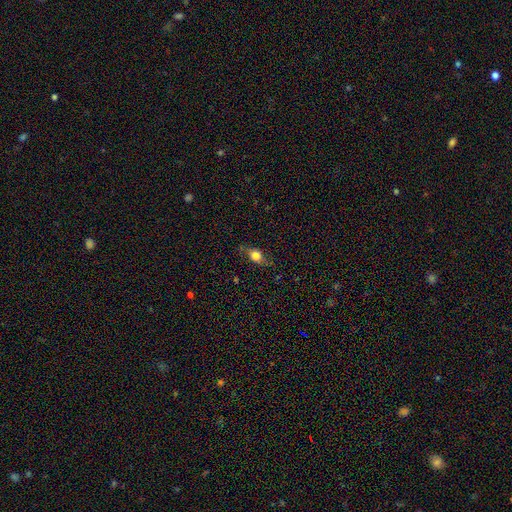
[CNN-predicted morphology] This is likely a smooth galaxy (67%). How rounded: likely in between (60%). Merging: likely none (72%).